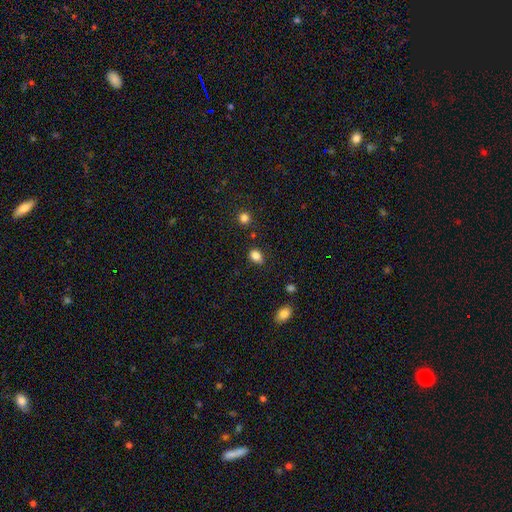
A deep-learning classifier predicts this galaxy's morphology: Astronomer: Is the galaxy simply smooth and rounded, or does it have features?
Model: smooth — 84%.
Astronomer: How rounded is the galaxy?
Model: in between — 72%.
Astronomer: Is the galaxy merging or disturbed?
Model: none — 79%.